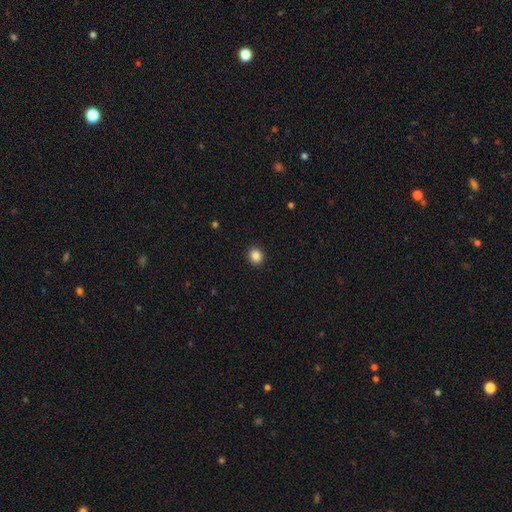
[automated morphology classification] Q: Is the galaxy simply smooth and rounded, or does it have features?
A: smooth — 86%.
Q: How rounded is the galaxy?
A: round — 83%.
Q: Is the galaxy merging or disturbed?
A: none — 92%.